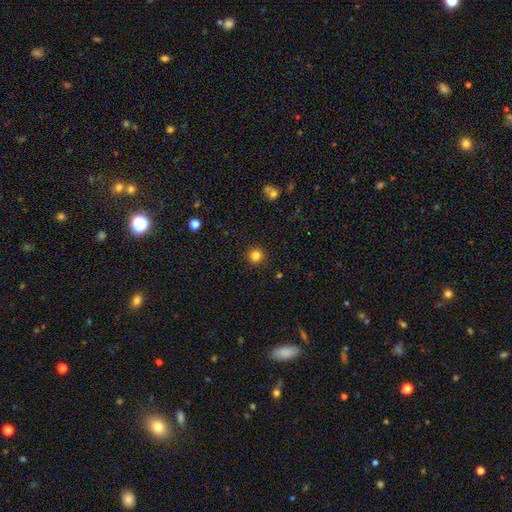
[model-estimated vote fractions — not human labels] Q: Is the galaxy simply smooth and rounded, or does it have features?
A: smooth — 83%.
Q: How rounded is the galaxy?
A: round — 90%.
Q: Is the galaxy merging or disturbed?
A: none — 91%.